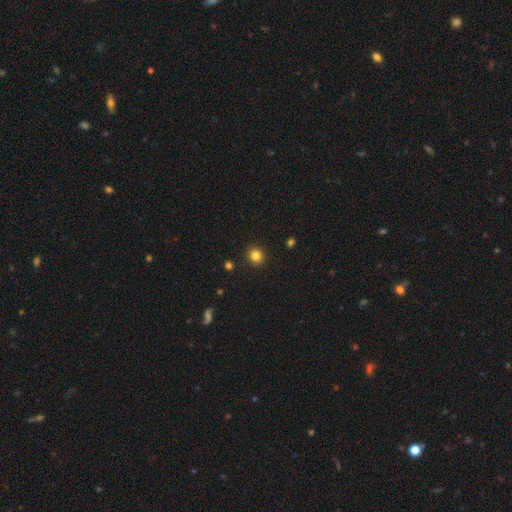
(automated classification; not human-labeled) Smooth or featured? smooth (83%)
How rounded? round (90%)
Merging? none (92%)